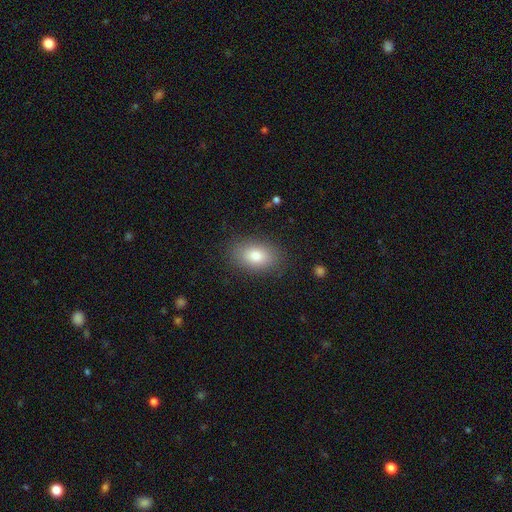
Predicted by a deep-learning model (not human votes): Morphology: type=smooth (80%); roundness=in between (85%); merging=none (85%).